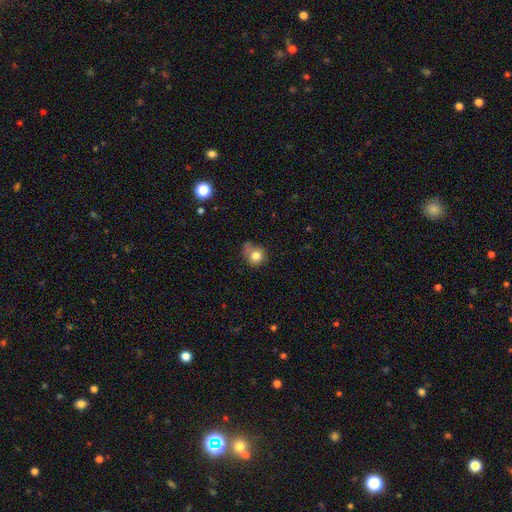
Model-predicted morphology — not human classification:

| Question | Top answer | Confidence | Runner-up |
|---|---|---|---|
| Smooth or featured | smooth | 80% | star or artifact (10%) |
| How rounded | round | 80% | in between (19%) |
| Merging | none | 50% | minor disturbance (30%) |